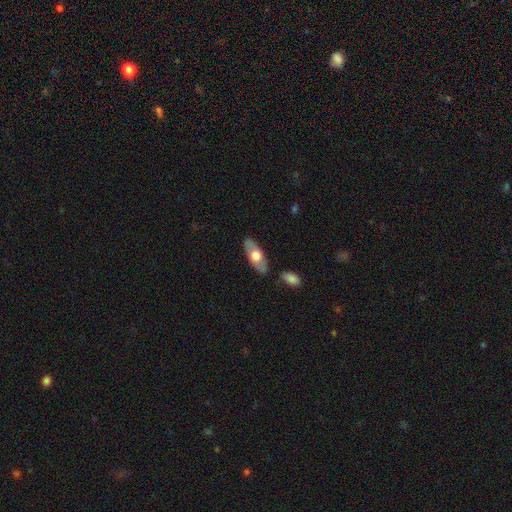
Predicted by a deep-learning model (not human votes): Smooth or featured? Predicted: smooth (p=0.56). How rounded? Predicted: in between (p=0.81). Merging? Predicted: none (p=0.82).